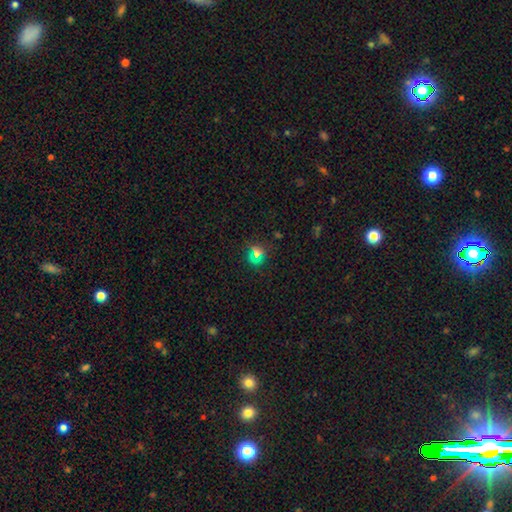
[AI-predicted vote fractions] A smooth galaxy with no disk features (62%) that is round (87%).

Vote fractions:
- Smooth or featured? smooth: 62% / star or artifact: 29% / featured or disk: 10%
- How rounded? round: 87% / in between: 11% / cigar-shaped: 2%
- Merging? none: 84% / minor disturbance: 9% / major disturbance: 4% / merger: 3%